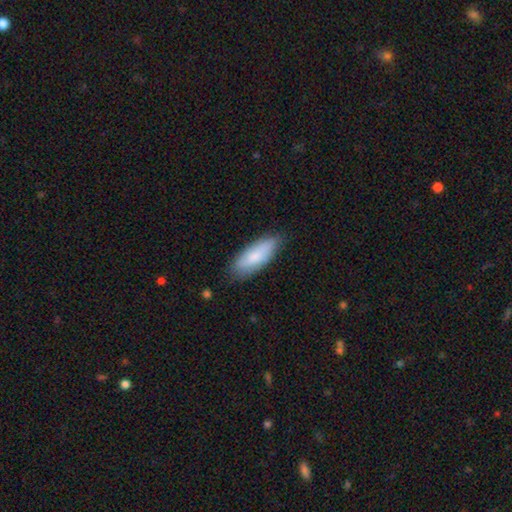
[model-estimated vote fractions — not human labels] smooth-or-featured: smooth: 80% | featured or disk: 14% | star or artifact: 6%
  how-rounded: in between: 68% | cigar-shaped: 30% | round: 2%
  merging: none: 80% | minor disturbance: 16% | major disturbance: 3% | merger: 1%